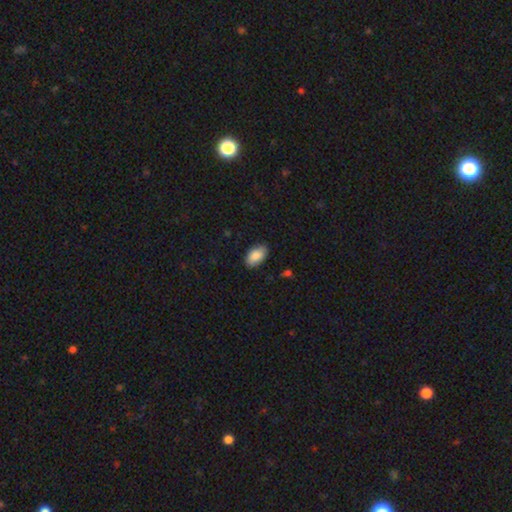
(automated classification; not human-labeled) Overall: smooth (87%). How rounded: in between (94%). Merging: none (84%).